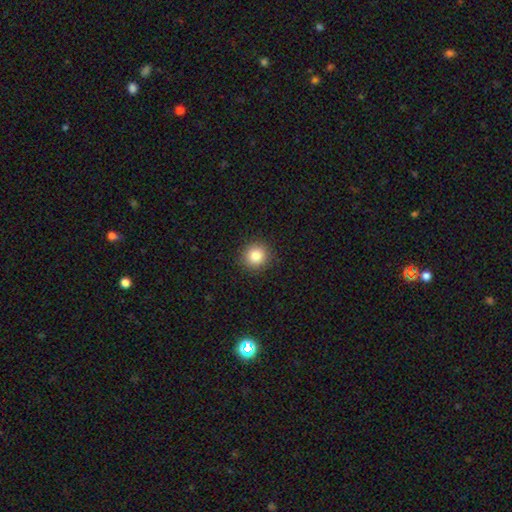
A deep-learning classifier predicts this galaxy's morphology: A smooth galaxy with no disk features (84%) that is round (93%).

Vote fractions:
- Smooth or featured? smooth: 84% / star or artifact: 10% / featured or disk: 6%
- How rounded? round: 93% / in between: 6% / cigar-shaped: 1%
- Merging? none: 92% / minor disturbance: 5% / major disturbance: 2% / merger: 1%